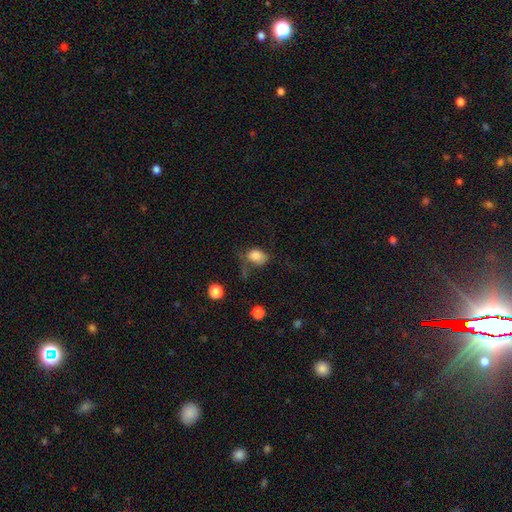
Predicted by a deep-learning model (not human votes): Smooth or featured? Predicted: smooth (p=0.79). How rounded? Predicted: in between (p=0.72). Merging? Predicted: none (p=0.38).